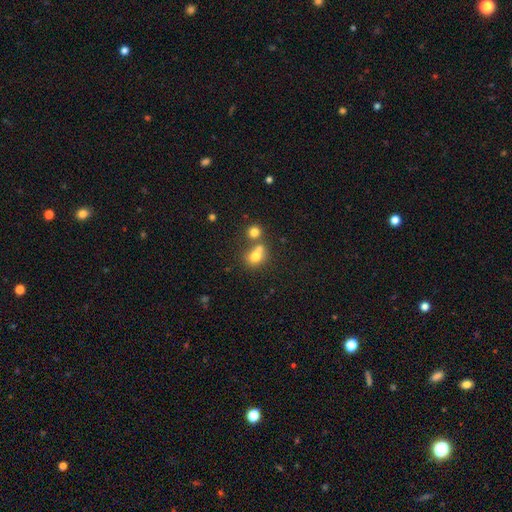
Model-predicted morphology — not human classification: smooth 74%, featured or disk 13%, star or artifact 13%. Down the decision tree: how rounded — round (60%); merging — merger (46%).